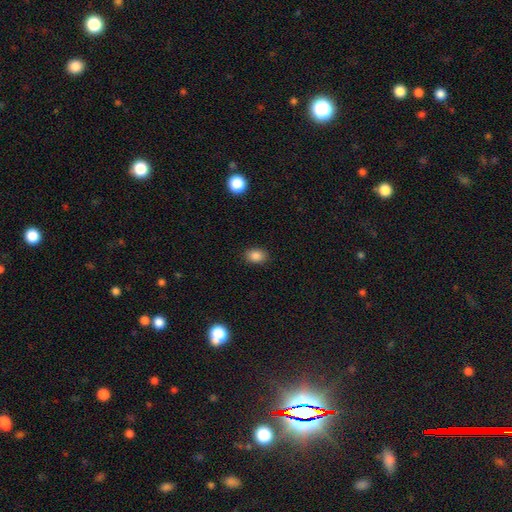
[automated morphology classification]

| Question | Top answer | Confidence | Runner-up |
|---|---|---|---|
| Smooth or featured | smooth | 86% | star or artifact (10%) |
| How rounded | in between | 73% | round (25%) |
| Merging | none | 88% | minor disturbance (9%) |